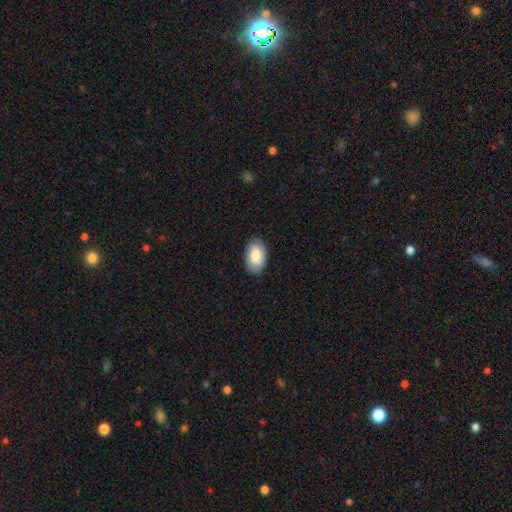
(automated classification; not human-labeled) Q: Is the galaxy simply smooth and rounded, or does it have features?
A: smooth — 83%.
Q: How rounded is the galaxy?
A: in between — 94%.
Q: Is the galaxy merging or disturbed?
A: none — 86%.